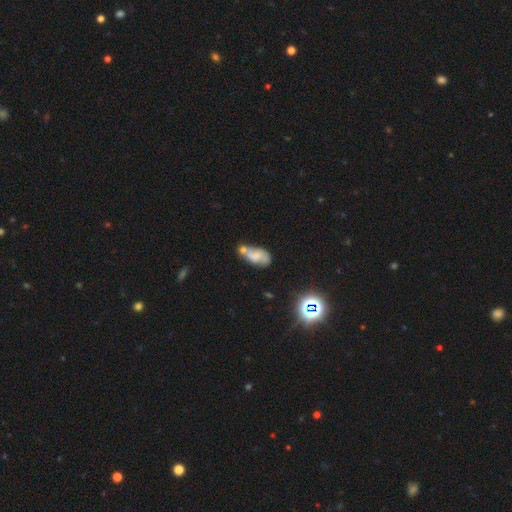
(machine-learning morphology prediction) Smooth or featured? smooth (52%)
How rounded? in between (87%)
Merging? merger (37%)